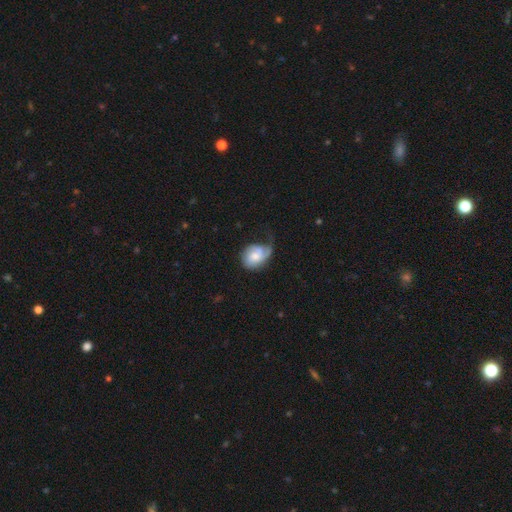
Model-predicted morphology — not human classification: featured or disk 51%, smooth 42%, star or artifact 7%. Down the decision tree: edge-on disk — no (97%); merging — minor disturbance (33%).